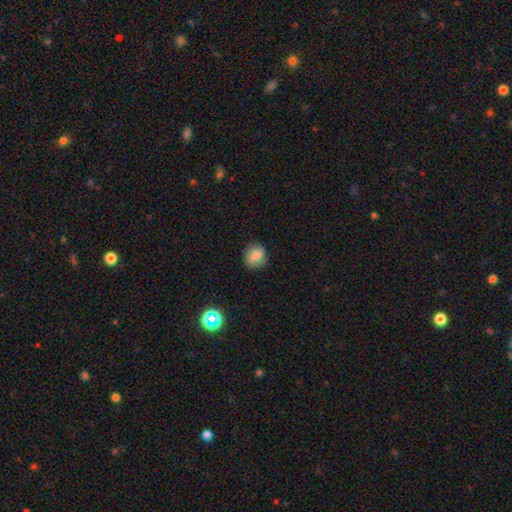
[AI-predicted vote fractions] Smooth or featured: smooth — 76% (featured or disk — 13%)
How rounded: round — 75% (in between — 24%)
Merging: none — 85% (minor disturbance — 11%)